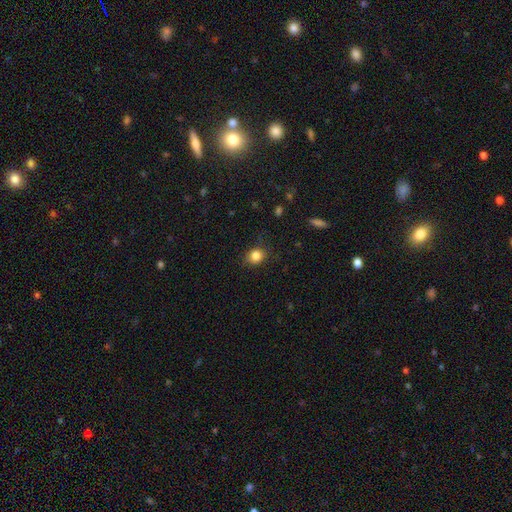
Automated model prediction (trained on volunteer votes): A smooth galaxy with no disk features (83%) that is round (68%). Merging: none (80%).